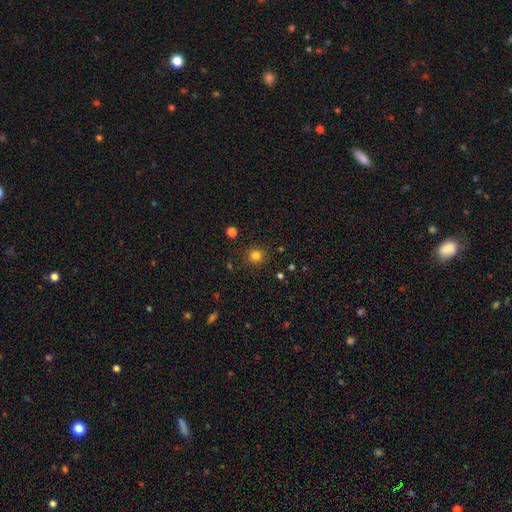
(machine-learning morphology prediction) Overall: smooth (80%). How rounded: round (93%). Merging: none (90%).